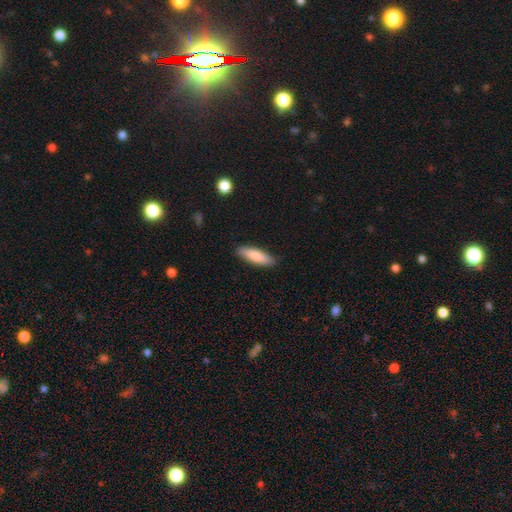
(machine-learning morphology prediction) Smooth or featured: smooth — 84% (featured or disk — 11%)
How rounded: cigar-shaped — 59% (in between — 39%)
Merging: none — 88% (minor disturbance — 9%)